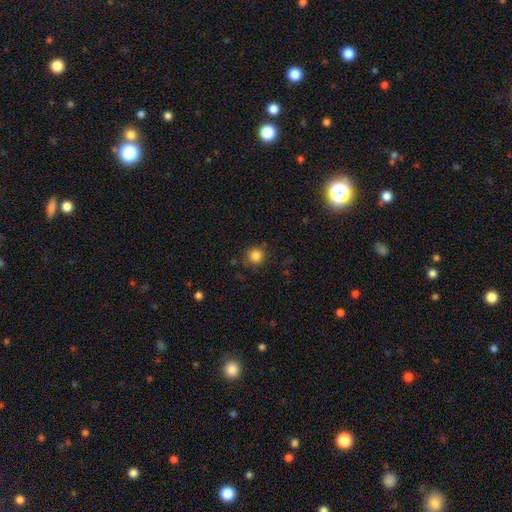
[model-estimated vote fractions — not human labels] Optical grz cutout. It shows a smooth galaxy with no disk features (83%) that is round (93%). Merging: none (84%).